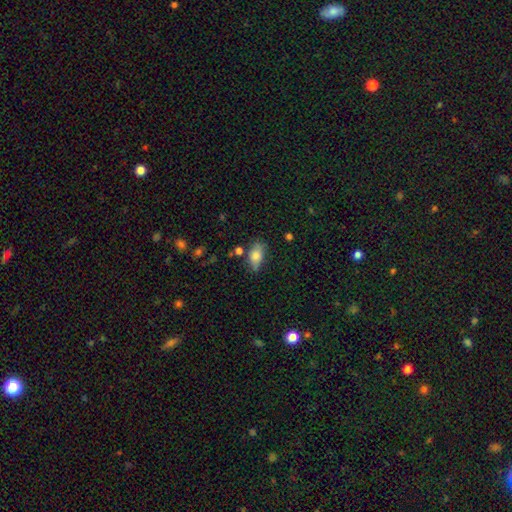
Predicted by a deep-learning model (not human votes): smooth-or-featured: smooth: 74% | featured or disk: 17% | star or artifact: 8%
  how-rounded: in between: 86% | cigar-shaped: 7% | round: 7%
  merging: none: 62% | minor disturbance: 25% | major disturbance: 7% | merger: 5%